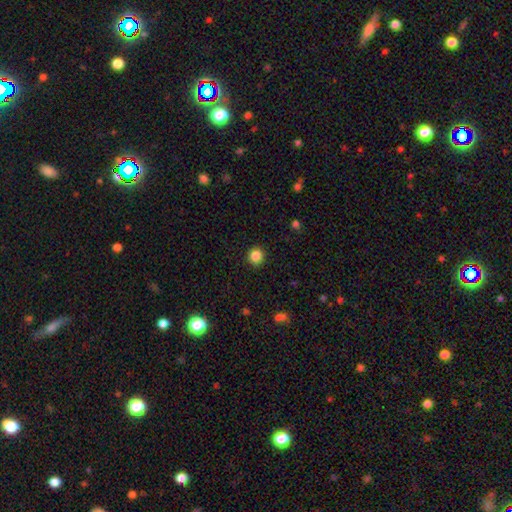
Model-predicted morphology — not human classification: The model was most divided on "smooth or featured": smooth: 85%, star or artifact: 11%, featured or disk: 3%. More confident: how rounded — round (92%); merging — none (91%).